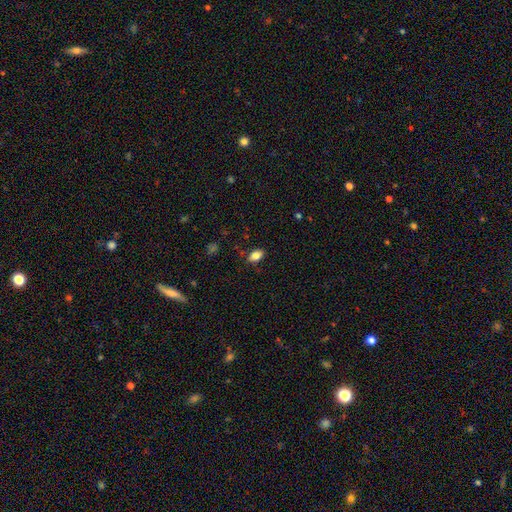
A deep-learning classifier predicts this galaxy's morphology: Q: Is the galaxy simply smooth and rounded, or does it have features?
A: smooth — 82%.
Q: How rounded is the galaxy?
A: in between — 89%.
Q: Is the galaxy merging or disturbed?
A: none — 84%.